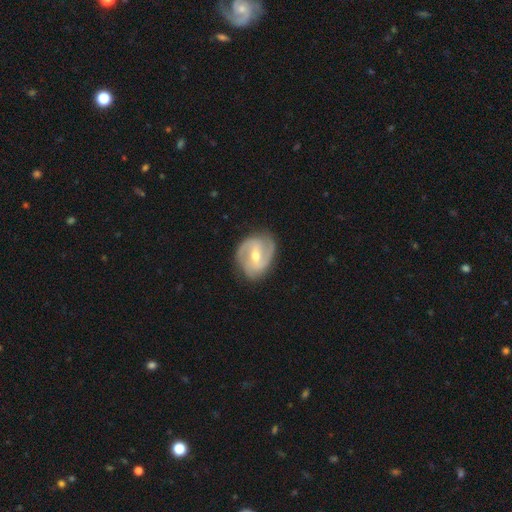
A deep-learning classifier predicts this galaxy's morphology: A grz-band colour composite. It shows a featured or disk galaxy (85%) with a weak bar (48%), 2 (83%) medium (50%) spiral arms (95%) and a moderate central bulge (58%). Merging: none (80%).